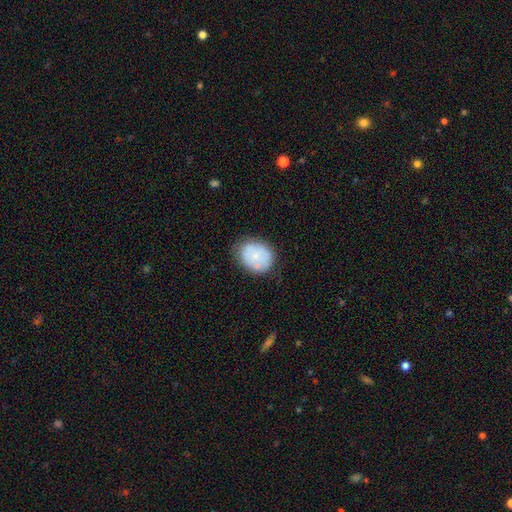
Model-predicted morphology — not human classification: smooth 73%, featured or disk 19%, star or artifact 7%. Down the decision tree: how rounded — round (56%); merging — none (72%).